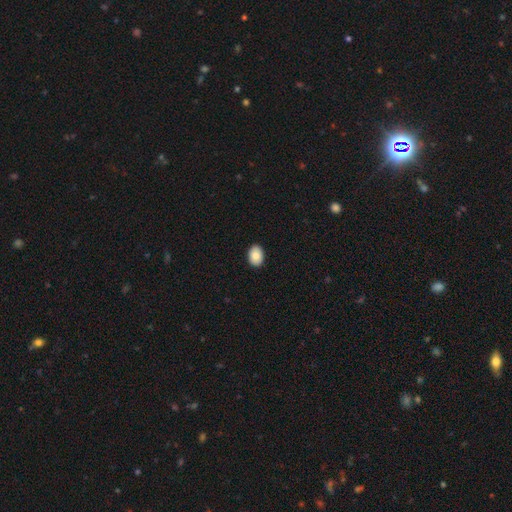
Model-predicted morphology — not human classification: smooth 82%, featured or disk 11%, star or artifact 7%. Down the decision tree: how rounded — in between (79%); merging — none (90%).